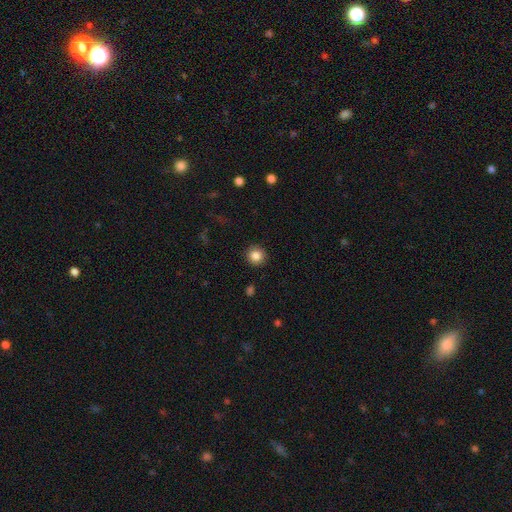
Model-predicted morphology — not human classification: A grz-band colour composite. It shows a smooth galaxy with no disk features (85%) that is round (94%). Merging: none (91%).